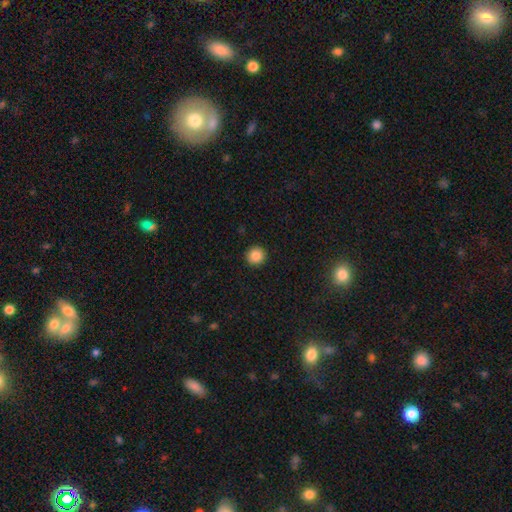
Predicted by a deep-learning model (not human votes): This appears to be a smooth galaxy with no disk features (86%) that is round (95%). Merging: none (93%).